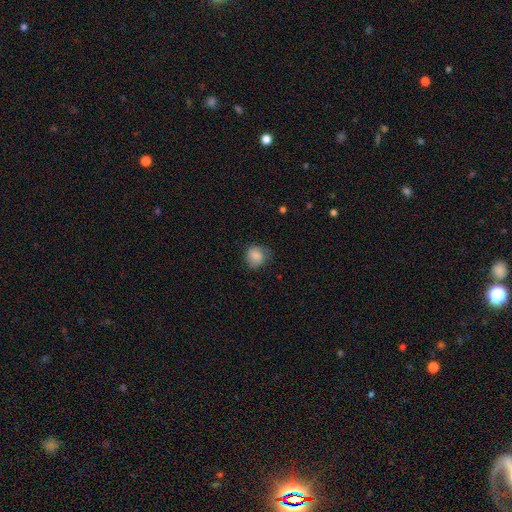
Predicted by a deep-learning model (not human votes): Morphology: type=smooth (84%); roundness=round (76%); merging=none (65%).